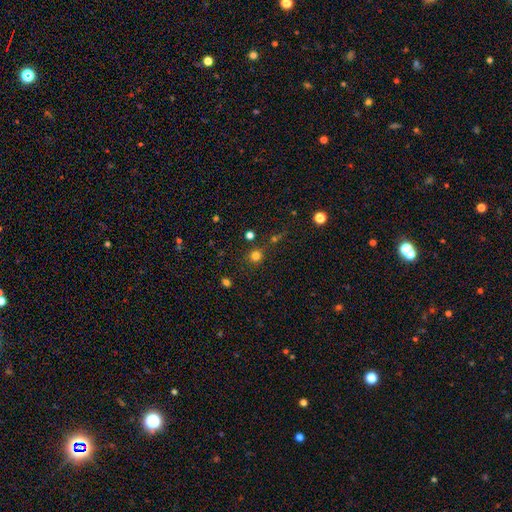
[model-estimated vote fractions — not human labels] Morphology: type=smooth (74%); roundness=round (93%); merging=none (80%).